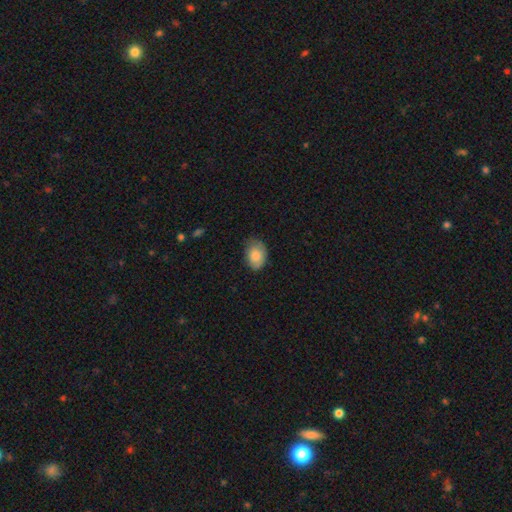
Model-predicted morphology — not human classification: smooth-or-featured: smooth: 82% | featured or disk: 11% | star or artifact: 7%
  how-rounded: in between: 81% | round: 18% | cigar-shaped: 1%
  merging: none: 69% | minor disturbance: 25% | major disturbance: 5% | merger: 1%